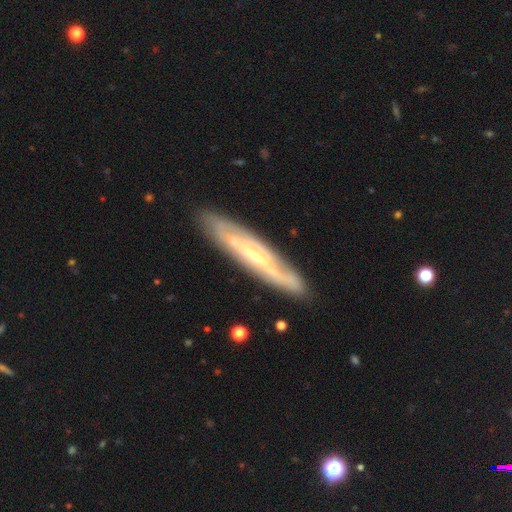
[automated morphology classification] smooth_or_featured: featured or disk (p=0.72) [alt: smooth p=0.22]
disk_edge_on: yes (p=0.54) [alt: no p=0.46]
merging: none (p=0.82) [alt: minor disturbance p=0.13]